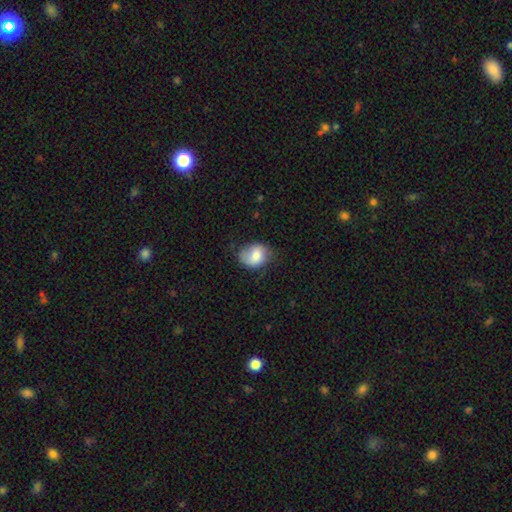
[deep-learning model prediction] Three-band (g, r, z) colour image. It shows a smooth galaxy with no disk features (76%) that is in between round and cigar-shaped (59%). Merging: none (59%).